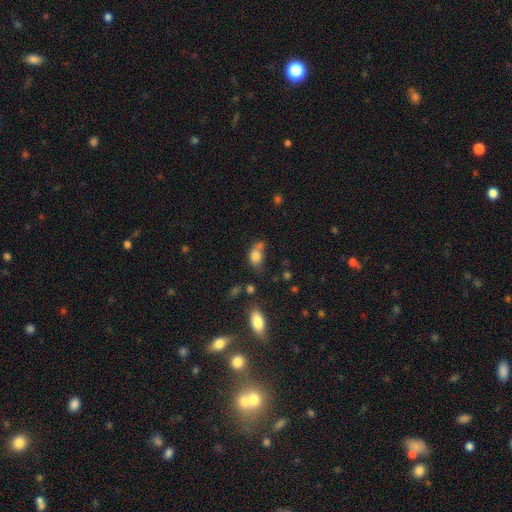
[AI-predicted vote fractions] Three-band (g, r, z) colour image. It shows a smooth galaxy with no disk features (79%) that is in between round and cigar-shaped (67%). Merging: none (35%).